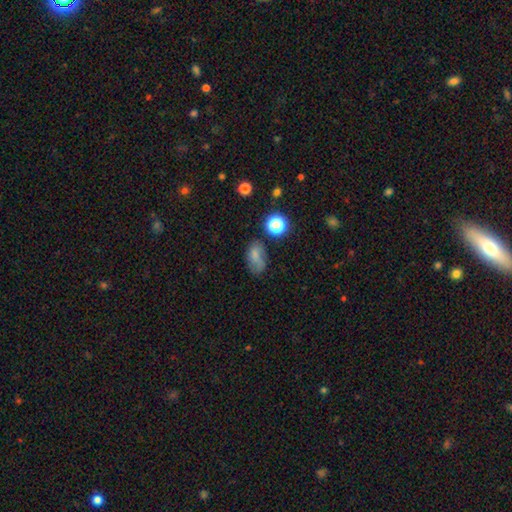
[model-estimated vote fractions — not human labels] Smooth or featured? smooth (71%)
How rounded? in between (84%)
Merging? none (56%)